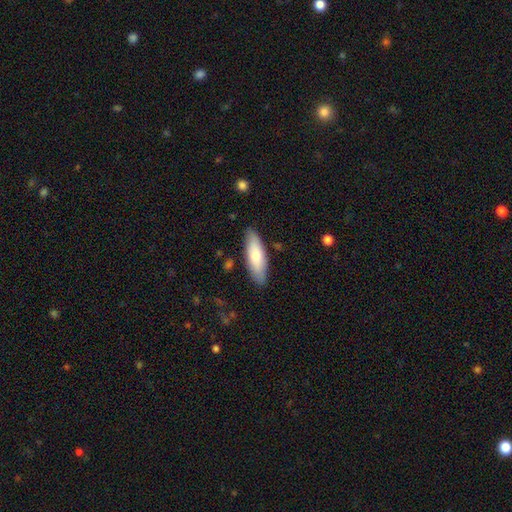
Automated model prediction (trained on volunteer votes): Q: Smooth or featured?
A: smooth (71%); runner-up: featured or disk (23%)
Q: How rounded?
A: in between (58%); runner-up: cigar-shaped (40%)
Q: Merging?
A: none (85%); runner-up: minor disturbance (11%)